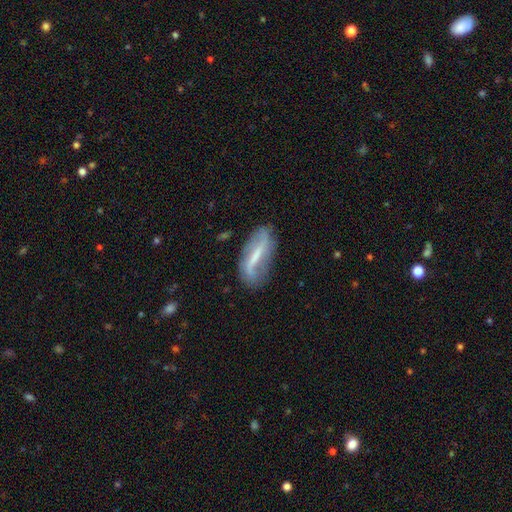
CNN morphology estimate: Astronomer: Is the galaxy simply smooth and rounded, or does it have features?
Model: featured or disk — 65%.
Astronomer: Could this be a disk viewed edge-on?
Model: no — 83%.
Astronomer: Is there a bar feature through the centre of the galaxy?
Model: strong — 63%.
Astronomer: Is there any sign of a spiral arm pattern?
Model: yes — 71%.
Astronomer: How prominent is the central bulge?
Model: small — 38% (runner-up: none, 31%).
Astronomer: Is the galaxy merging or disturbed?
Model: none — 72%.